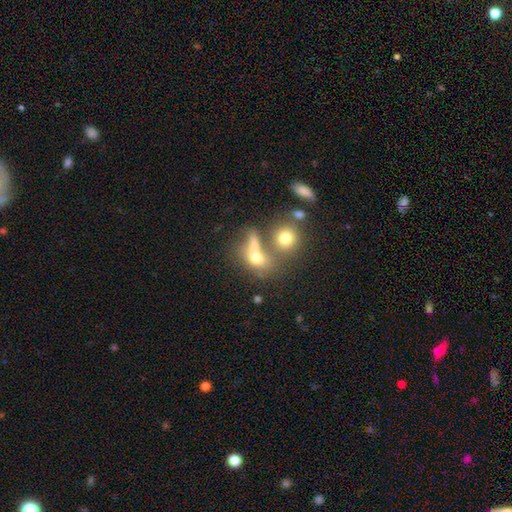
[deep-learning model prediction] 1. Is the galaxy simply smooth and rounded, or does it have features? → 61% smooth, 23% featured or disk, 16% star or artifact.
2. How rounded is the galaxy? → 51% in between, 37% round, 12% cigar-shaped.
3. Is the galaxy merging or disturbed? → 43% merger, 32% none, 13% major disturbance, 12% minor disturbance.